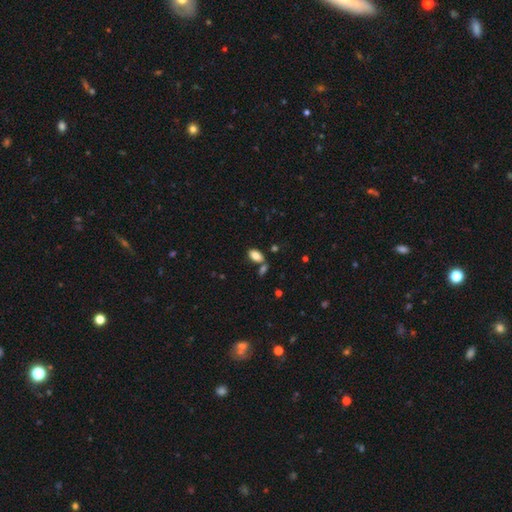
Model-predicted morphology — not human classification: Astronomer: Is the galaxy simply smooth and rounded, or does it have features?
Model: smooth — 83%.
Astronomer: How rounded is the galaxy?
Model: in between — 93%.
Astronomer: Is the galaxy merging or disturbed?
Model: none — 66%.